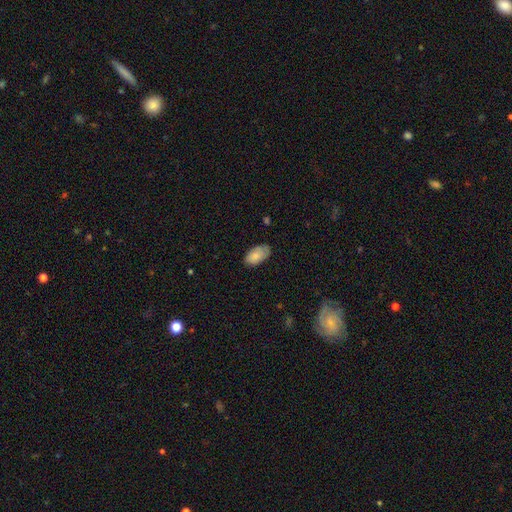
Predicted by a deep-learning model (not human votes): Overall: smooth (83%). How rounded: in between (95%). Merging: none (71%).